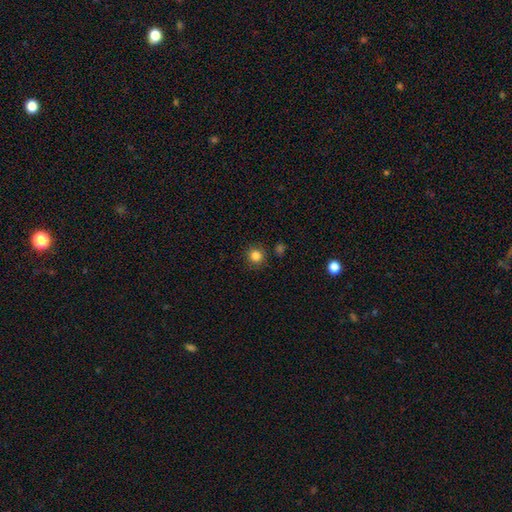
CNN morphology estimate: Q: Smooth or featured?
A: smooth (84%); runner-up: star or artifact (12%)
Q: How rounded?
A: round (92%); runner-up: in between (7%)
Q: Merging?
A: none (86%); runner-up: minor disturbance (8%)